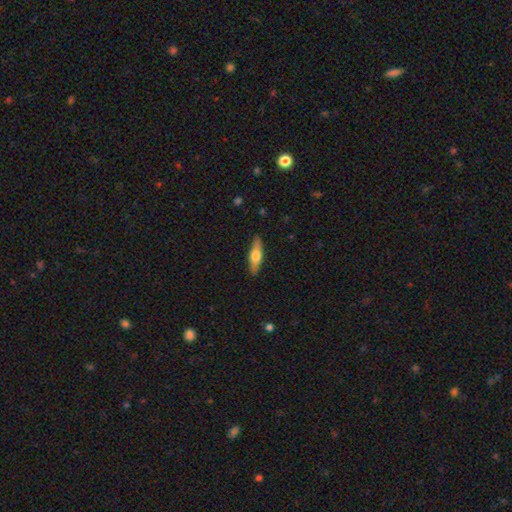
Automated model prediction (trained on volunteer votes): A smooth galaxy with no disk features (54%) that is cigar-shaped (62%).

Vote fractions:
- Smooth or featured? smooth: 54% / featured or disk: 41% / star or artifact: 6%
- How rounded? cigar-shaped: 62% / in between: 35% / round: 2%
- Merging? none: 89% / minor disturbance: 9% / major disturbance: 2% / merger: 1%